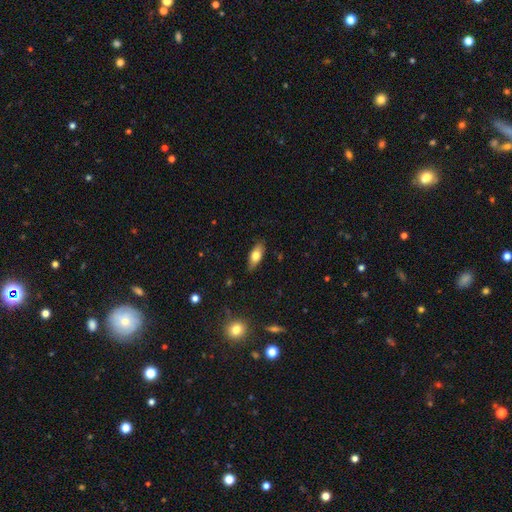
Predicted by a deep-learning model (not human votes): The model was most divided on "smooth or featured": smooth: 72%, featured or disk: 21%, star or artifact: 7%. More confident: merging — none (83%); how rounded — in between (78%).